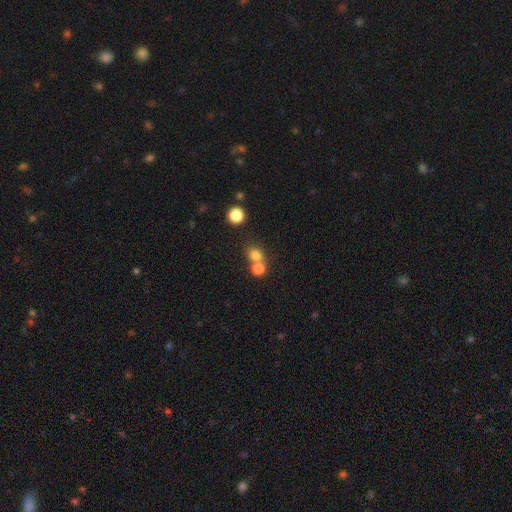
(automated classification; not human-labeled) Smooth or featured? Predicted: smooth (p=0.78). How rounded? Predicted: round (p=0.73). Merging? Predicted: none (p=0.47).